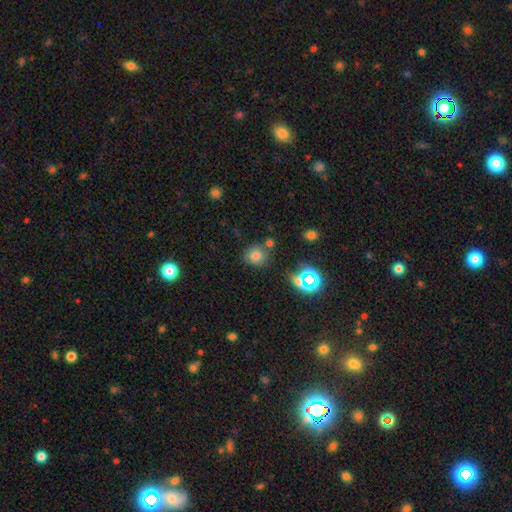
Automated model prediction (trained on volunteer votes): This is likely a smooth galaxy (68%). How rounded: clearly round (82%). Merging: likely none (68%).